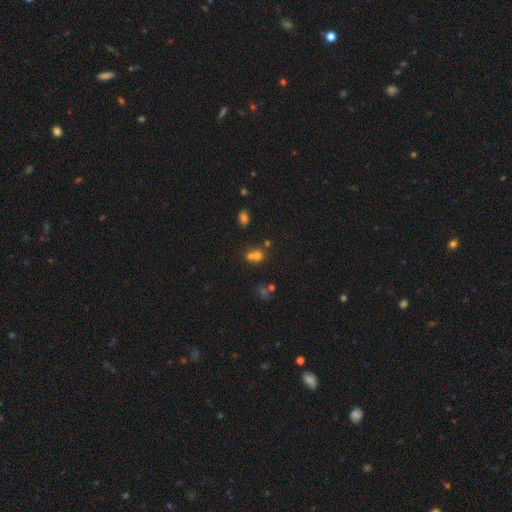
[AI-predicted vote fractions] A smooth galaxy with no disk features (66%) that is round (71%).

Vote fractions:
- Smooth or featured? smooth: 66% / star or artifact: 19% / featured or disk: 15%
- How rounded? round: 71% / in between: 27% / cigar-shaped: 1%
- Merging? merger: 53% / none: 36% / minor disturbance: 8% / major disturbance: 4%